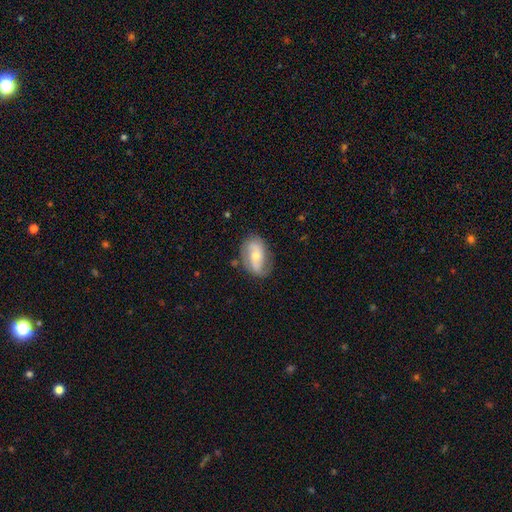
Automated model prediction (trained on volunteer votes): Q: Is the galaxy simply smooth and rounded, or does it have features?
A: featured or disk — 69%.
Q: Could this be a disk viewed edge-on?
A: no — 95%.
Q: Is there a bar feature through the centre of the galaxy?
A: no — 45%.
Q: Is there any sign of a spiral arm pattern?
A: yes — 87%.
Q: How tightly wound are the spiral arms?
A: medium — 38%.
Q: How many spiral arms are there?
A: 2 — 72%.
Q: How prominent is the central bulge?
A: moderate — 50%.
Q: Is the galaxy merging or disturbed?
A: none — 69%.